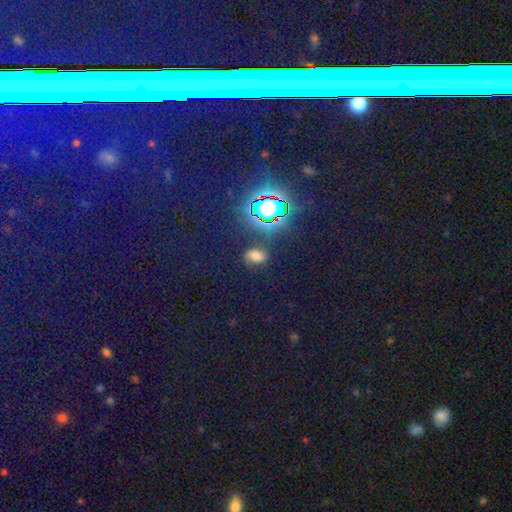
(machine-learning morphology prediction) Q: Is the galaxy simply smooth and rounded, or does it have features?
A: smooth — 43%.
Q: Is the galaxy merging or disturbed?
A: none — 72%.